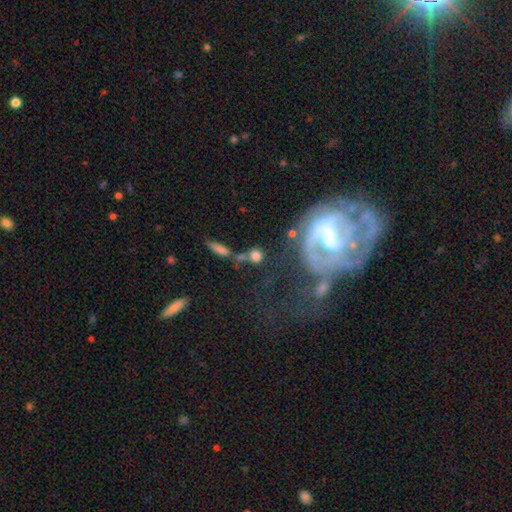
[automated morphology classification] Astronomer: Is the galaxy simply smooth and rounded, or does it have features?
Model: smooth — 69%.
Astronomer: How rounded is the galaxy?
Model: round — 75%.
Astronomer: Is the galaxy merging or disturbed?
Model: none — 51%.